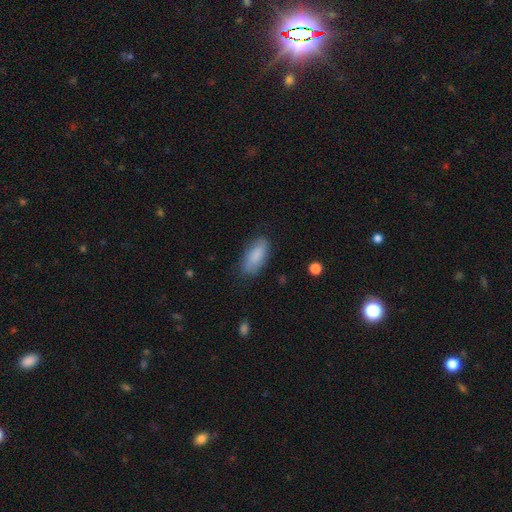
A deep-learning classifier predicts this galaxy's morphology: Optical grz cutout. It shows a smooth galaxy with no disk features (86%) that is in between round and cigar-shaped (85%). Merging: none (78%).